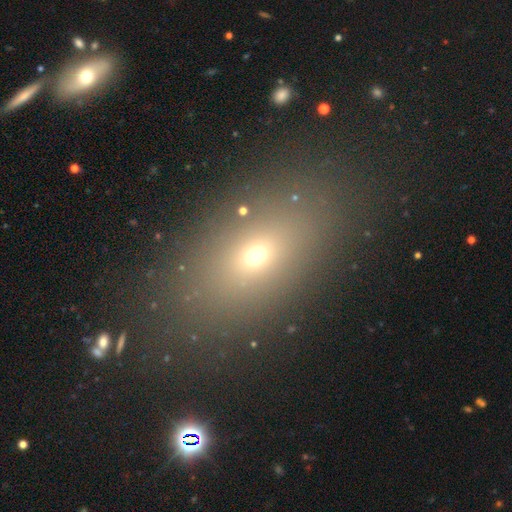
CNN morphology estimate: Smooth or featured? smooth (63%)
How rounded? in between (77%)
Merging? none (81%)